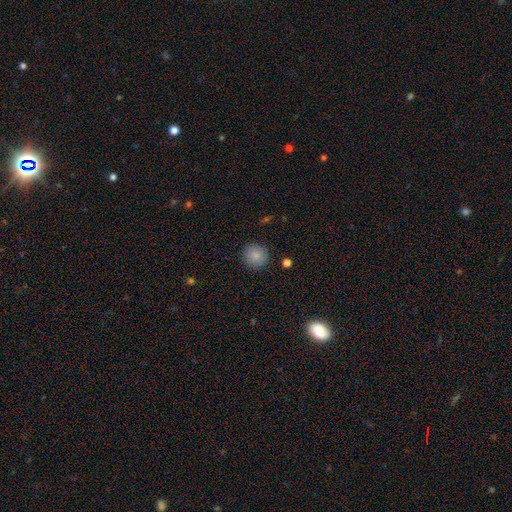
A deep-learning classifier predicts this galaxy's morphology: Smooth or featured?
  - smooth: 85% *
  - star or artifact: 9%
  - featured or disk: 6%
How rounded?
  - round: 92% *
  - in between: 7%
  - cigar-shaped: 1%
Merging?
  - none: 89% *
  - minor disturbance: 8%
  - major disturbance: 2%
  - merger: 1%